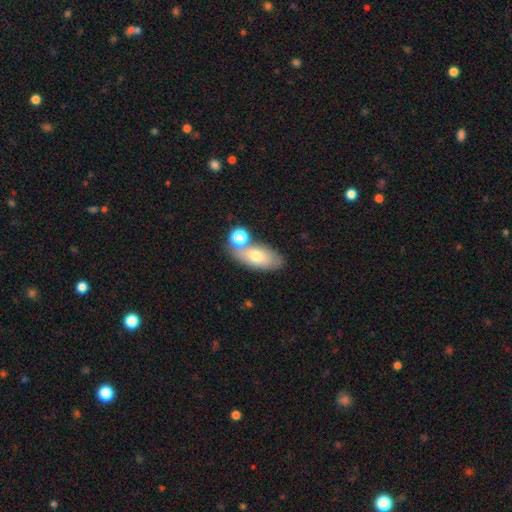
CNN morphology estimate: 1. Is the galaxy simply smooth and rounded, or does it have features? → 69% smooth, 23% featured or disk, 9% star or artifact.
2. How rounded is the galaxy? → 86% in between, 7% cigar-shaped, 7% round.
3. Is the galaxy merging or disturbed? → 57% none, 24% merger, 14% minor disturbance, 5% major disturbance.